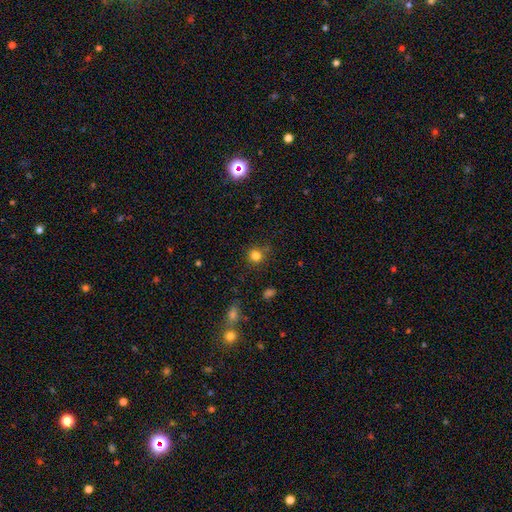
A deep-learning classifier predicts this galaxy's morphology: This is clearly a smooth galaxy (81%). How rounded: clearly round (90%). Merging: likely none (80%).